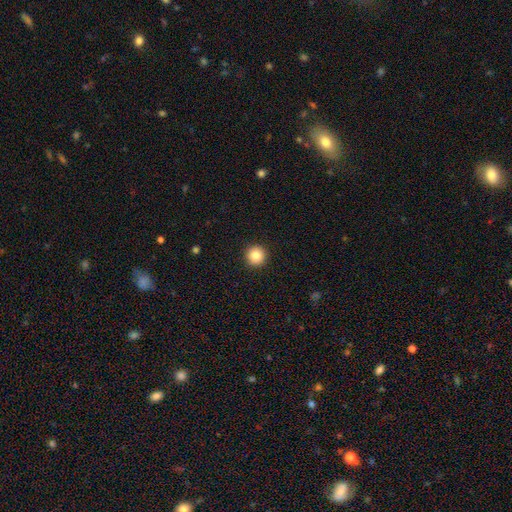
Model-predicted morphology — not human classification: Q: Smooth or featured?
A: smooth (84%); runner-up: star or artifact (10%)
Q: How rounded?
A: round (96%); runner-up: in between (3%)
Q: Merging?
A: none (94%); runner-up: minor disturbance (4%)